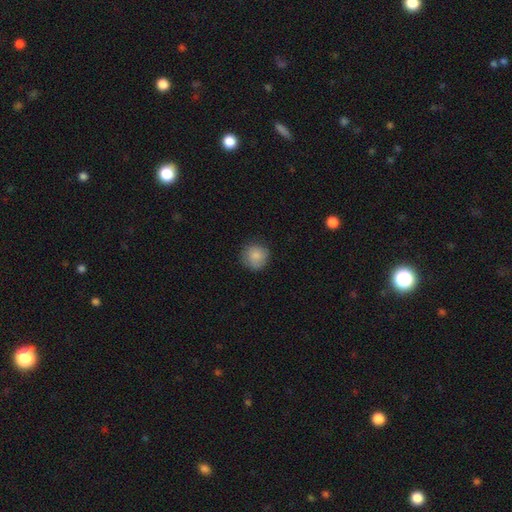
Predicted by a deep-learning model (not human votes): smooth-or-featured: smooth: 85% | star or artifact: 8% | featured or disk: 7%
  how-rounded: round: 92% | in between: 7% | cigar-shaped: 1%
  merging: none: 83% | minor disturbance: 13% | major disturbance: 3% | merger: 1%